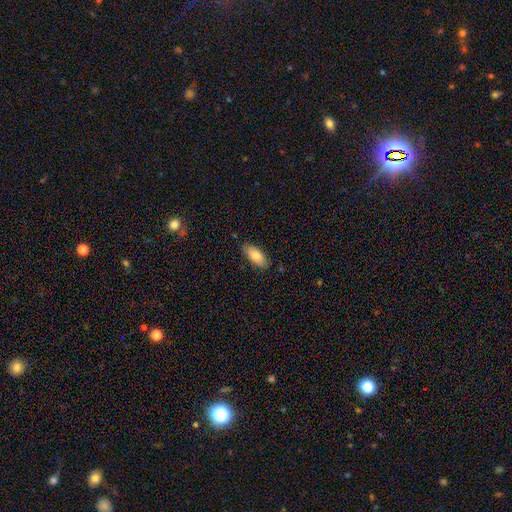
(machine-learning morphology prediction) The model was most divided on "merging": none: 83%, minor disturbance: 13%, major disturbance: 2%, merger: 1%. More confident: how rounded — in between (87%); smooth or featured — smooth (82%).